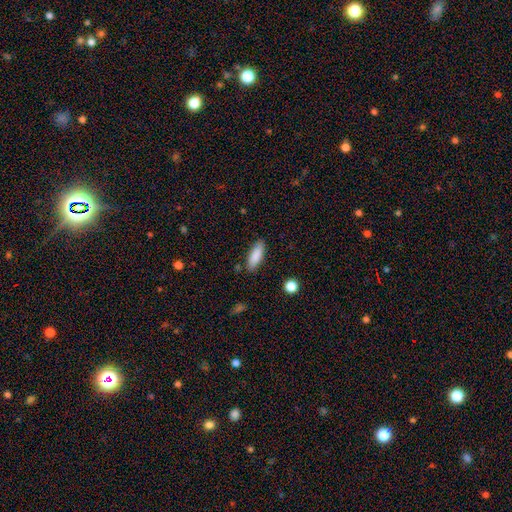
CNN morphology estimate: A smooth galaxy with no disk features (86%) that is in between round and cigar-shaped (62%).

Vote fractions:
- Smooth or featured? smooth: 86% / featured or disk: 7% / star or artifact: 7%
- How rounded? in between: 62% / cigar-shaped: 36% / round: 2%
- Merging? none: 85% / minor disturbance: 11% / major disturbance: 2% / merger: 2%